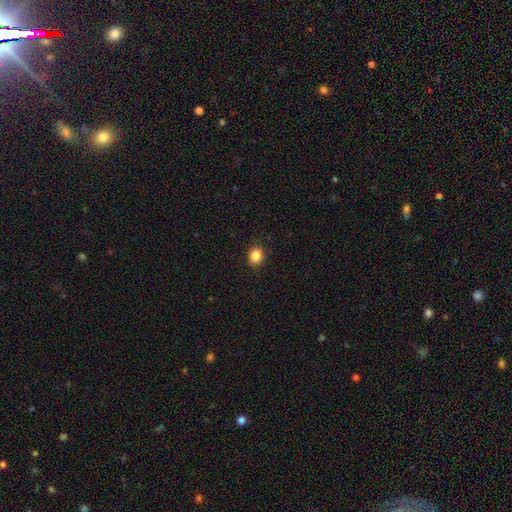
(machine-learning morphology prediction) Smooth or featured? Predicted: smooth (p=0.85). How rounded? Predicted: round (p=0.57). Merging? Predicted: none (p=0.90).